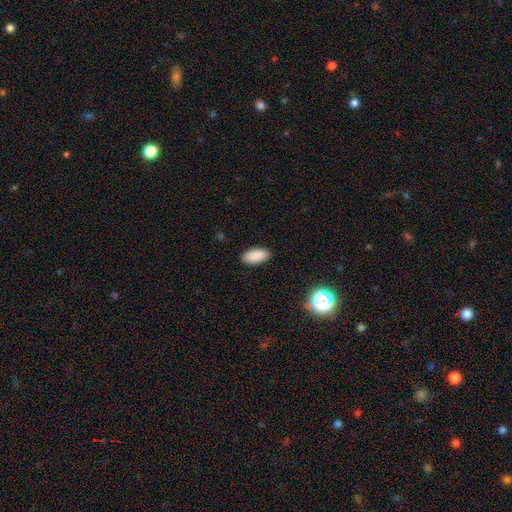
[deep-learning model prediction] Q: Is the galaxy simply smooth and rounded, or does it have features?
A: smooth — 89%.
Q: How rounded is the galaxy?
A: in between — 93%.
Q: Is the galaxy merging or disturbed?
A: none — 89%.